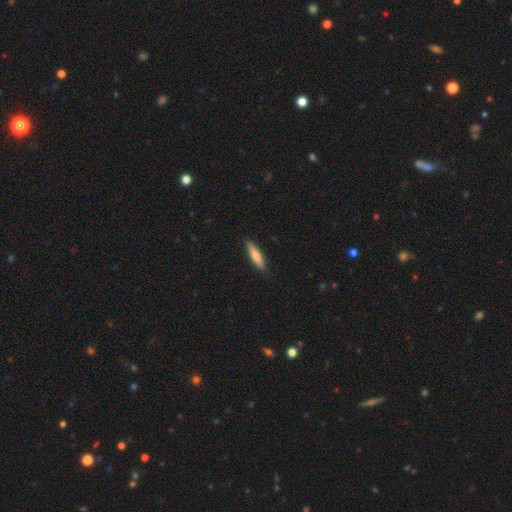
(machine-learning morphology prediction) Smooth or featured?
  - smooth: 60% *
  - featured or disk: 34%
  - star or artifact: 5%
How rounded?
  - cigar-shaped: 81% *
  - in between: 17%
  - round: 2%
Merging?
  - none: 88% *
  - minor disturbance: 9%
  - major disturbance: 2%
  - merger: 1%